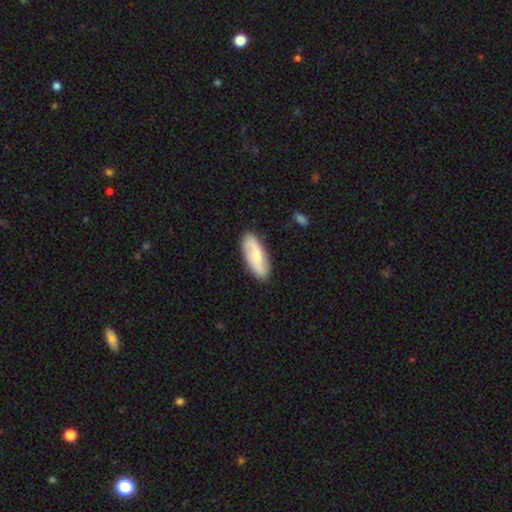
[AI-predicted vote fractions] Smooth or featured?
  - smooth: 49% *
  - featured or disk: 46%
  - star or artifact: 5%
Merging?
  - none: 86% *
  - minor disturbance: 10%
  - major disturbance: 2%
  - merger: 1%